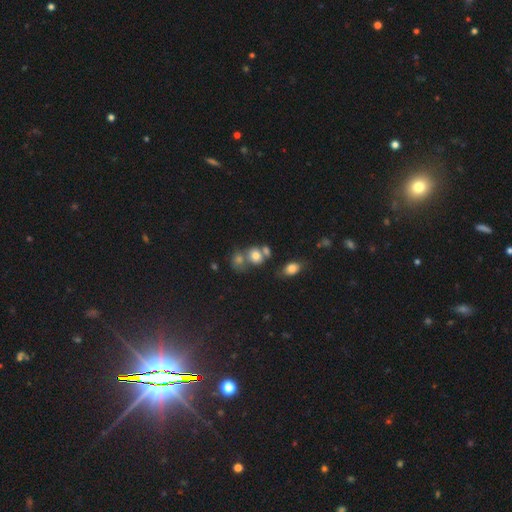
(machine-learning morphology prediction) This is likely a smooth galaxy (72%). How rounded: likely round (63%). Merging: marginally none (41%, tied with merger).